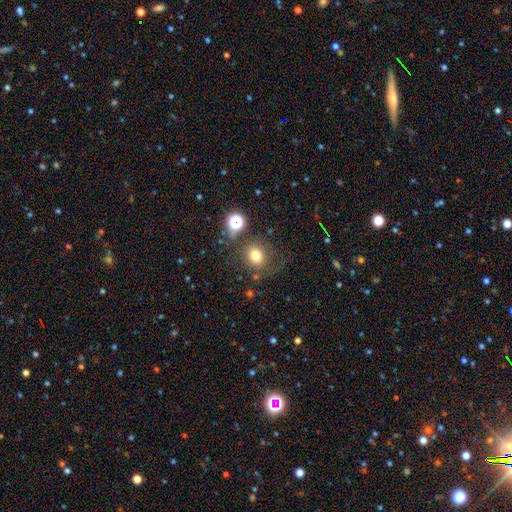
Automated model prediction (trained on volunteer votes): This is likely a smooth galaxy (73%). How rounded: likely round (71%). Merging: likely none (70%).